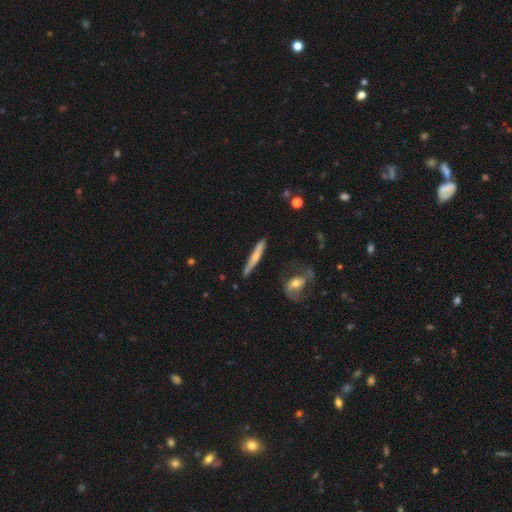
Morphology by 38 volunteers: Smooth or featured?
  - smooth: 53% *
  - featured or disk: 37%
  - star or artifact: 11%
How rounded?
  - cigar-shaped: 100% *
  - round: 0%
  - in between: 0%
Merging?
  - none: 76% *
  - minor disturbance: 21%
  - merger: 3%
  - major disturbance: 0%